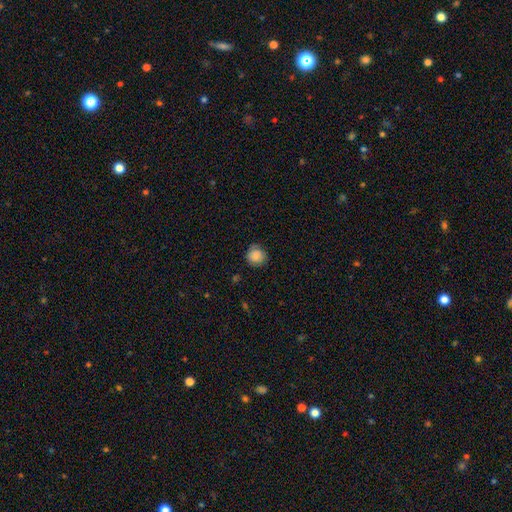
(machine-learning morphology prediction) Smooth or featured? Predicted: smooth (p=0.85). How rounded? Predicted: round (p=0.90). Merging? Predicted: none (p=0.76).